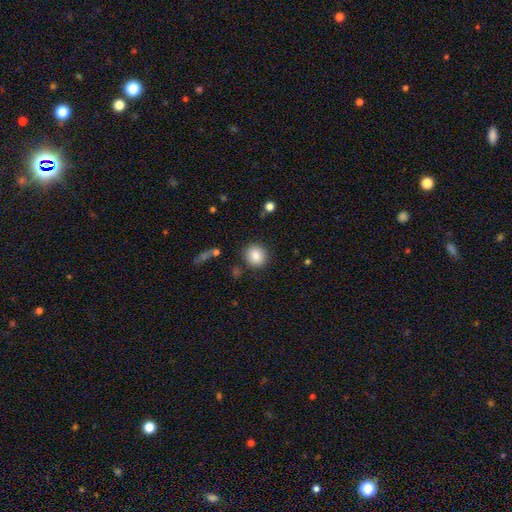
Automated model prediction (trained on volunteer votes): Overall: smooth (86%). How rounded: round (86%). Merging: none (87%).